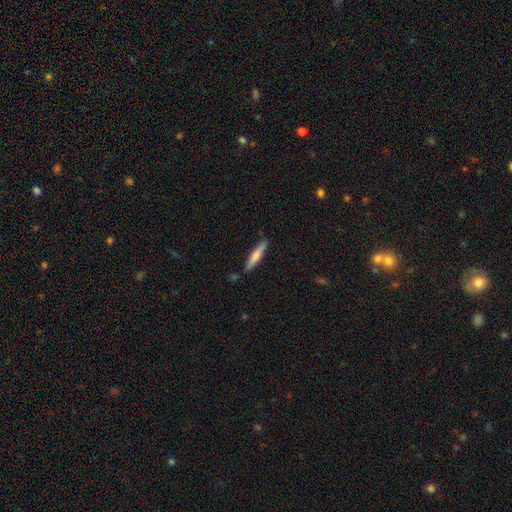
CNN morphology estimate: smooth_or_featured: smooth (p=0.65) [alt: featured or disk p=0.30]
how_rounded: cigar-shaped (p=0.89) [alt: in between p=0.10]
merging: none (p=0.84) [alt: minor disturbance p=0.11]